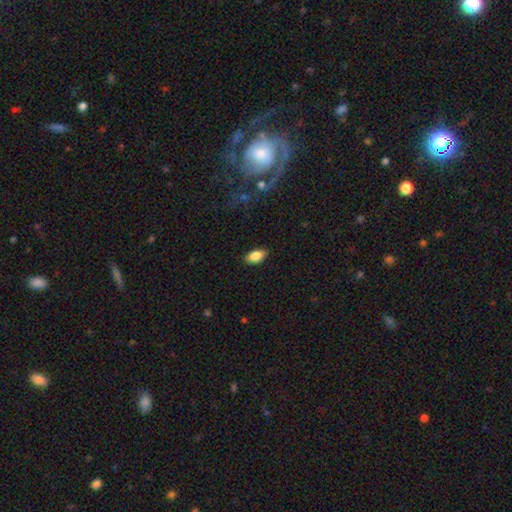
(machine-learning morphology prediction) type=smooth (85%); roundness=in between (92%); merging=none (88%).